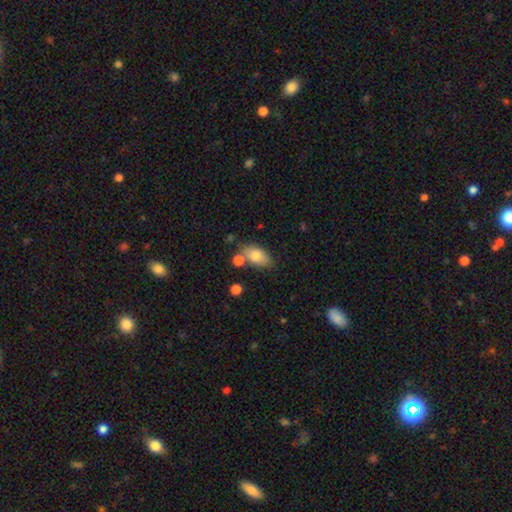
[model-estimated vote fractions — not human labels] Q: Smooth or featured?
A: smooth (80%); runner-up: featured or disk (13%)
Q: How rounded?
A: in between (90%); runner-up: round (7%)
Q: Merging?
A: none (63%); runner-up: minor disturbance (17%)